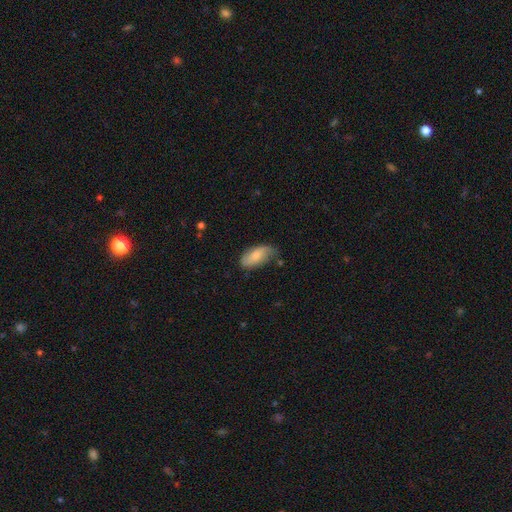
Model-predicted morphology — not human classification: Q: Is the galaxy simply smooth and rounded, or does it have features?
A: smooth — 68%.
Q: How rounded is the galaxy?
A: in between — 90%.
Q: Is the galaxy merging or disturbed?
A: none — 55%.